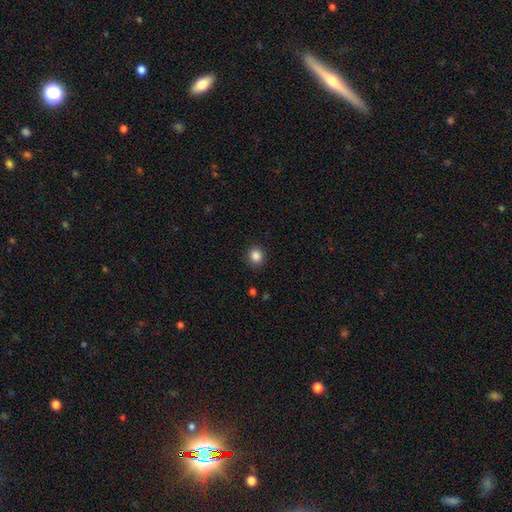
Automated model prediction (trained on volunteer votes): Smooth or featured? smooth (86%)
How rounded? round (85%)
Merging? none (89%)